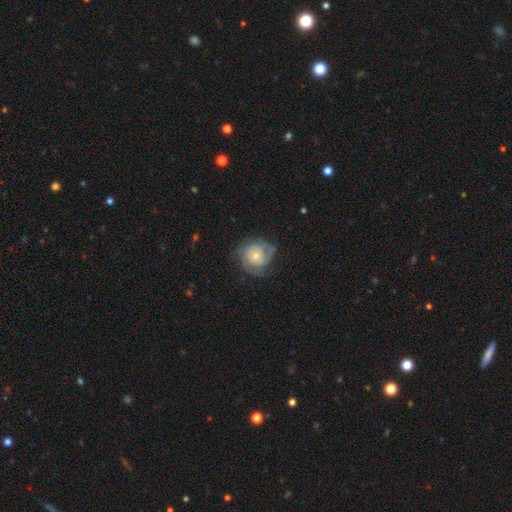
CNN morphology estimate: Smooth or featured: featured or disk — 60% (smooth — 33%)
Edge-on disk: no — 97% (yes — 3%)
Bar: no — 82% (weak — 15%)
Spiral arms: yes — 79% (no — 21%)
Bulge size: small — 56% (moderate — 34%)
Merging: none — 60% (minor disturbance — 23%)